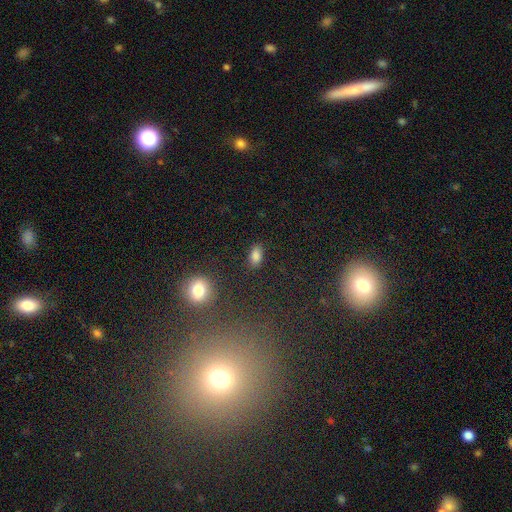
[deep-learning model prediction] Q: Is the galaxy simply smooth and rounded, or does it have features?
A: smooth — 84%.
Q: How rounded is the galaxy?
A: in between — 90%.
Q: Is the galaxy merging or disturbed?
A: none — 85%.